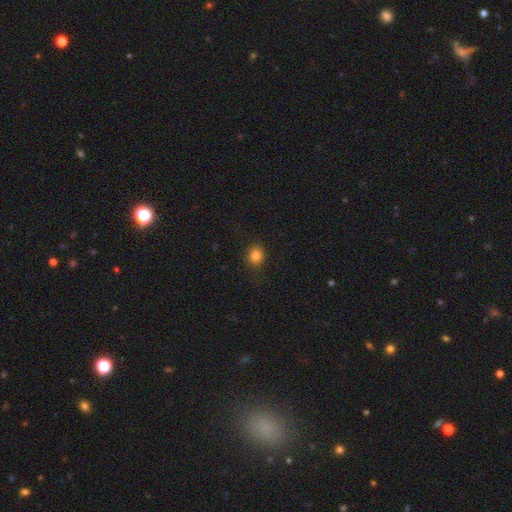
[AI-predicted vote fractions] smooth_or_featured: smooth (p=0.83) [alt: star or artifact p=0.12]
how_rounded: round (p=0.73) [alt: in between p=0.26]
merging: none (p=0.87) [alt: minor disturbance p=0.09]